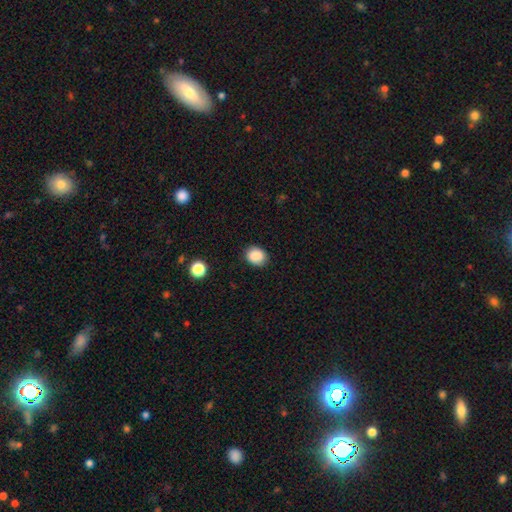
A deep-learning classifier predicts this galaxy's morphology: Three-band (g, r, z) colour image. It shows a smooth galaxy with no disk features (88%) that is round (55%). Merging: none (85%).